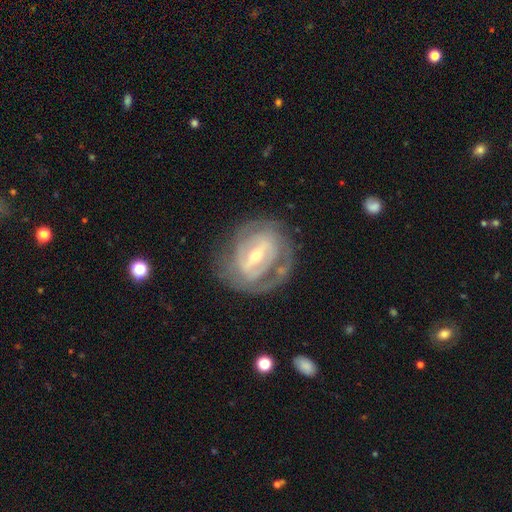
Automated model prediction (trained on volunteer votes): Smooth or featured: featured or disk — 83% (smooth — 11%)
Edge-on disk: no — 95% (yes — 5%)
Bar: strong — 53% (weak — 34%)
Spiral arms: yes — 79% (no — 21%)
Spiral winding: tight — 63% (medium — 28%)
Spiral arm count: 2 — 42% (can't tell — 35%)
Bulge size: small — 53% (moderate — 44%)
Merging: none — 67% (minor disturbance — 18%)